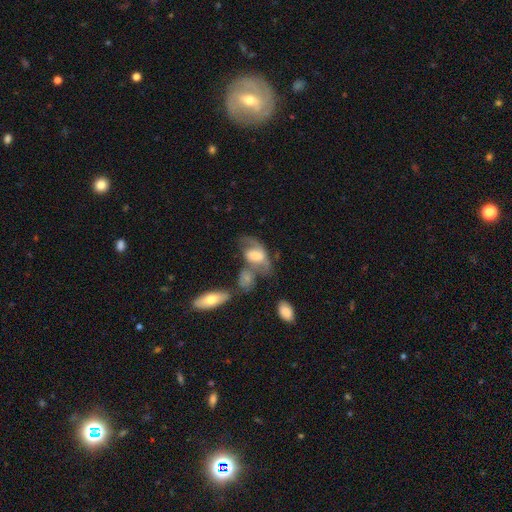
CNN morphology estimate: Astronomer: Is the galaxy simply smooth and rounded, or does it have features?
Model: featured or disk — 55% (runner-up: smooth, 37%).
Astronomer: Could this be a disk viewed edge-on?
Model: no — 93%.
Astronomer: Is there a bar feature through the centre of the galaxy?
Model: no — 49% (runner-up: weak, 38%).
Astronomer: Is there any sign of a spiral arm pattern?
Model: yes — 68%.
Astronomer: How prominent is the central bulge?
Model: moderate — 43% (runner-up: small, 24%).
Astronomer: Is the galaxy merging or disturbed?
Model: merger — 30% (runner-up: none, 29%).